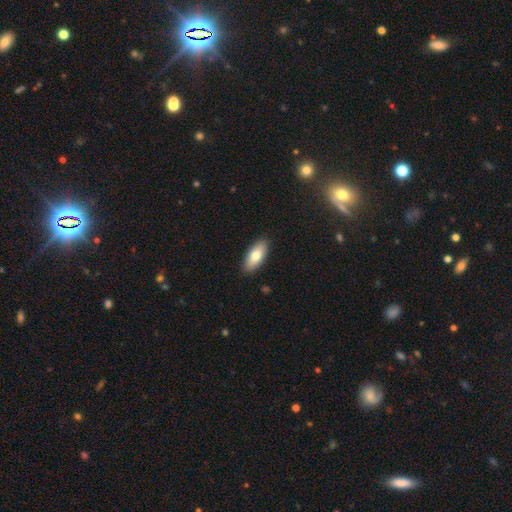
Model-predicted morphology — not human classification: type=smooth (76%); roundness=in between (84%); merging=none (89%).